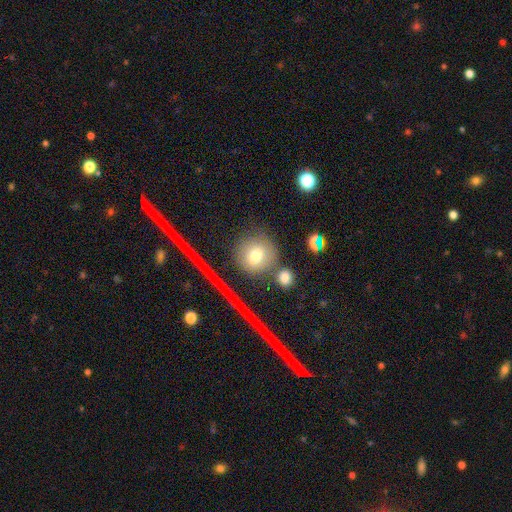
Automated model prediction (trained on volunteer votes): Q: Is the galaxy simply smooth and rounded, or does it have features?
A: smooth — 75%.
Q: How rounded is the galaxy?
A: round — 86%.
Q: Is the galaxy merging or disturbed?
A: none — 73%.